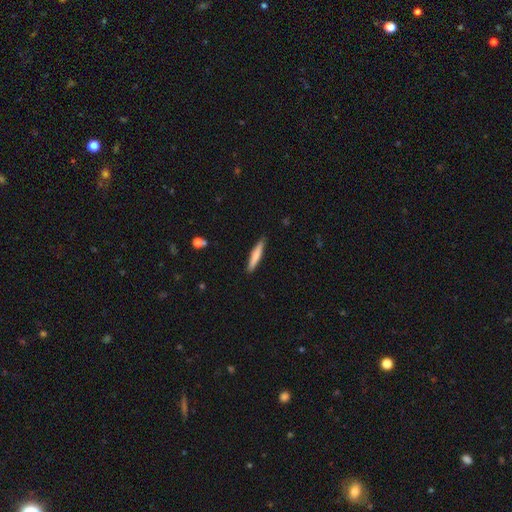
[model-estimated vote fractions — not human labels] smooth 74%, featured or disk 21%, star or artifact 5%. Down the decision tree: how rounded — cigar-shaped (92%); merging — none (89%).